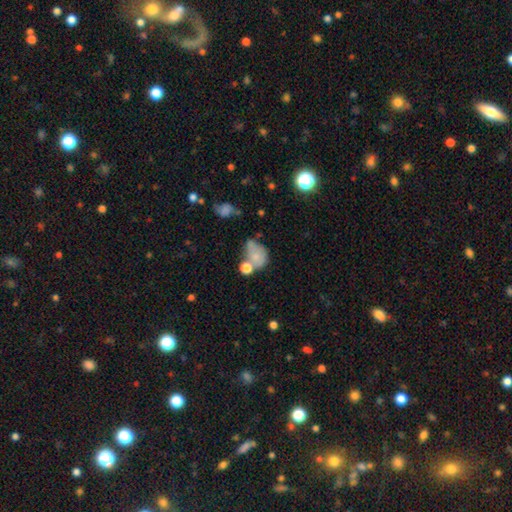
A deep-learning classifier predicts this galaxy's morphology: The model was most divided on "merging": merger: 33%, none: 27%, minor disturbance: 22%, major disturbance: 18%. More confident: smooth or featured — smooth (69%); how rounded — in between (63%).